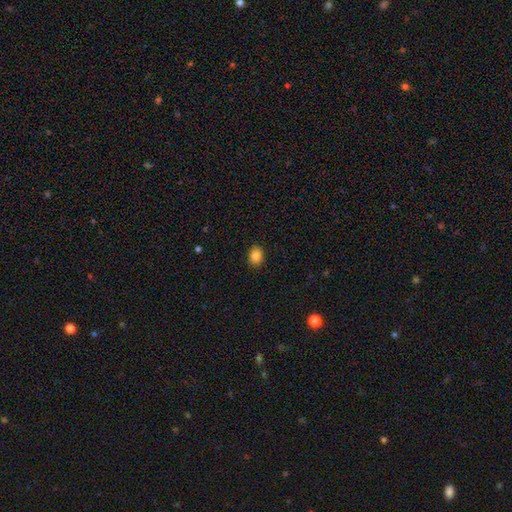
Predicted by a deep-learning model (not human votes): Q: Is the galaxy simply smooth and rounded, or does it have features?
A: smooth — 86%.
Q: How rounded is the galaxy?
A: in between — 53%.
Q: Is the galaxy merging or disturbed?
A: none — 90%.